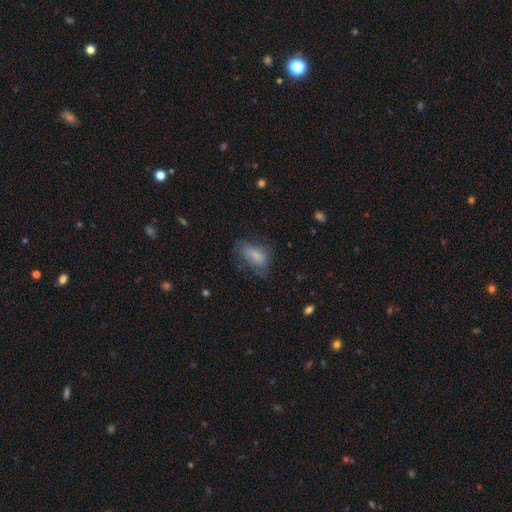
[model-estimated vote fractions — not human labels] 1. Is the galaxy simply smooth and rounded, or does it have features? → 69% smooth, 23% featured or disk, 8% star or artifact.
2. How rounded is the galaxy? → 89% in between, 7% round, 4% cigar-shaped.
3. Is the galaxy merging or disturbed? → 50% none, 30% minor disturbance, 19% major disturbance, 2% merger.